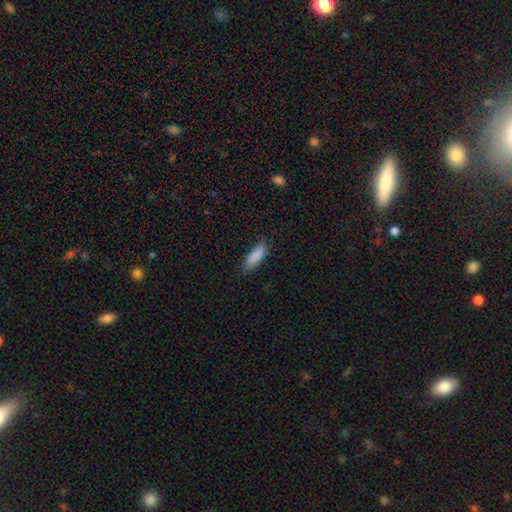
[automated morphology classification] A smooth galaxy with no disk features (88%) that is in between round and cigar-shaped (59%).

Vote fractions:
- Smooth or featured? smooth: 88% / star or artifact: 6% / featured or disk: 6%
- How rounded? in between: 59% / cigar-shaped: 40% / round: 2%
- Merging? none: 79% / minor disturbance: 17% / major disturbance: 3% / merger: 1%